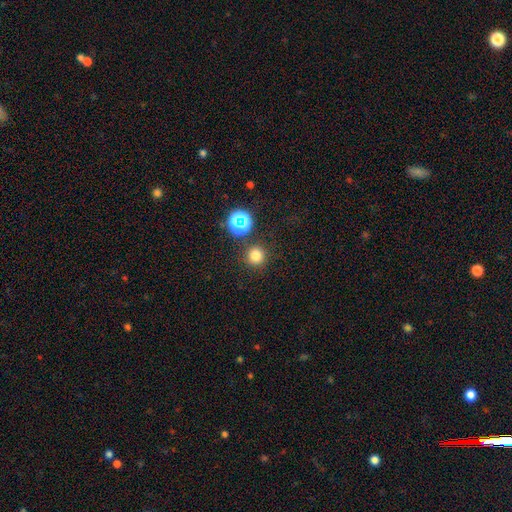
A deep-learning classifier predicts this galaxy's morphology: This is likely a smooth galaxy (76%). How rounded: clearly round (94%). Merging: clearly none (87%).